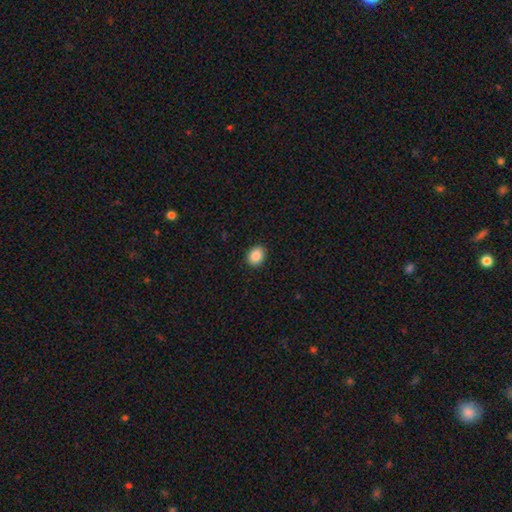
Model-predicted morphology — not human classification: This appears to be a smooth galaxy with no disk features (88%) that is in between round and cigar-shaped (57%). Merging: none (89%).